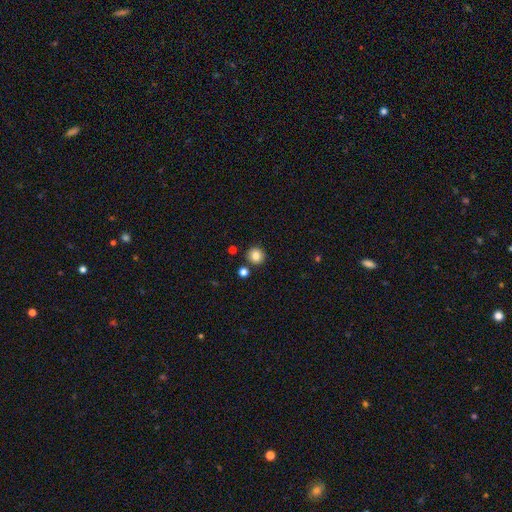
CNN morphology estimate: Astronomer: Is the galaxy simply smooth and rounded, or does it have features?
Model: smooth — 84%.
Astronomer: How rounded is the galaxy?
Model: round — 93%.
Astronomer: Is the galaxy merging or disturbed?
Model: none — 86%.